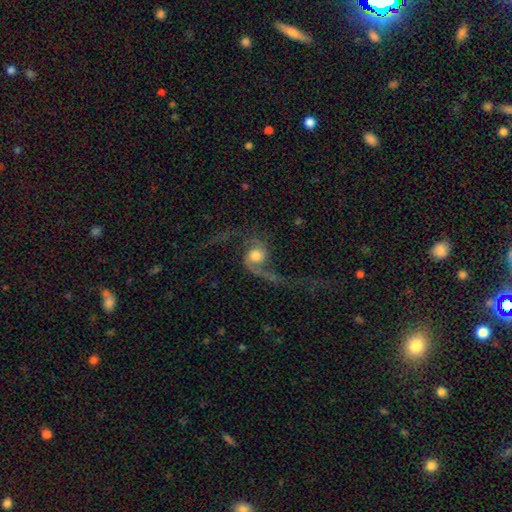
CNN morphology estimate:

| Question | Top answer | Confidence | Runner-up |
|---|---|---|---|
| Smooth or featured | featured or disk | 86% | smooth (8%) |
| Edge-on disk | no | 97% | yes (3%) |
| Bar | no | 64% | weak (27%) |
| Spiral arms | yes | 96% | no (4%) |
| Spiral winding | loose | 83% | medium (14%) |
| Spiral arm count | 2 | 92% | 1 (3%) |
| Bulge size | moderate | 52% | large (30%) |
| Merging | none | 56% | major disturbance (26%) |